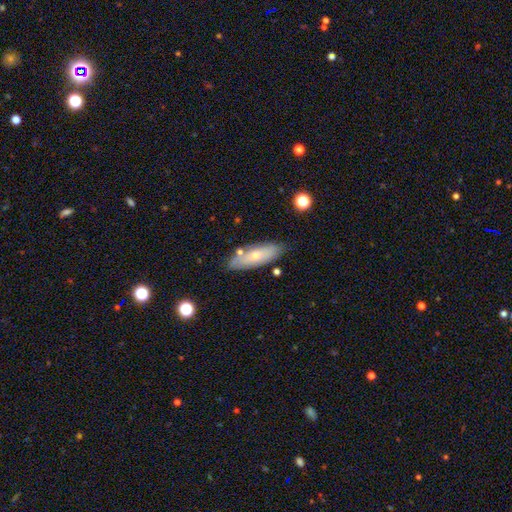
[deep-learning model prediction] A smooth galaxy with no disk features (60%) that is in between round and cigar-shaped (61%). Merging: none (78%).